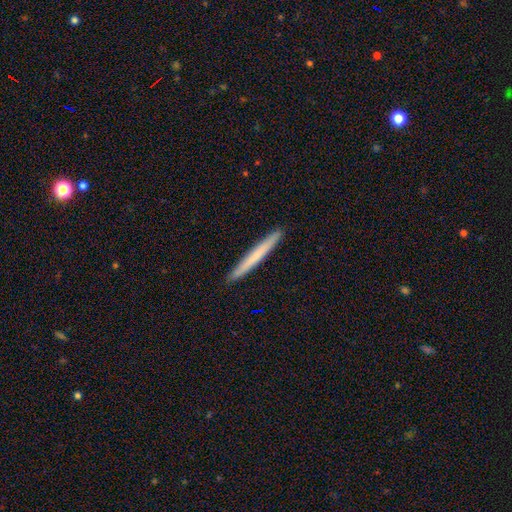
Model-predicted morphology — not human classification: A smooth galaxy with no disk features (62%) that is cigar-shaped (97%).

Vote fractions:
- Smooth or featured? smooth: 62% / featured or disk: 32% / star or artifact: 6%
- How rounded? cigar-shaped: 97% / in between: 2% / round: 1%
- Merging? none: 93% / minor disturbance: 5% / major disturbance: 1% / merger: 1%